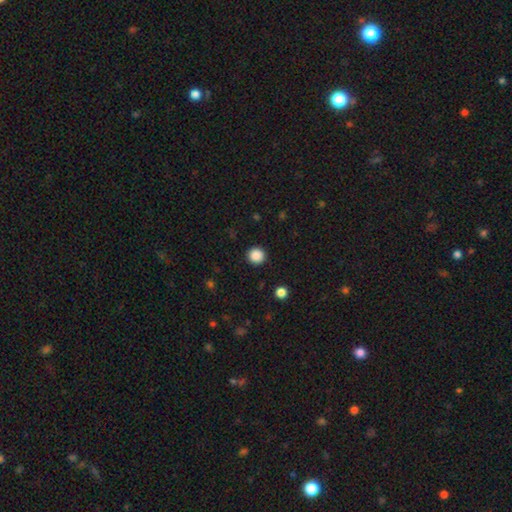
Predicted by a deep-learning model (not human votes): Morphology: type=smooth (87%); roundness=round (95%); merging=none (93%).